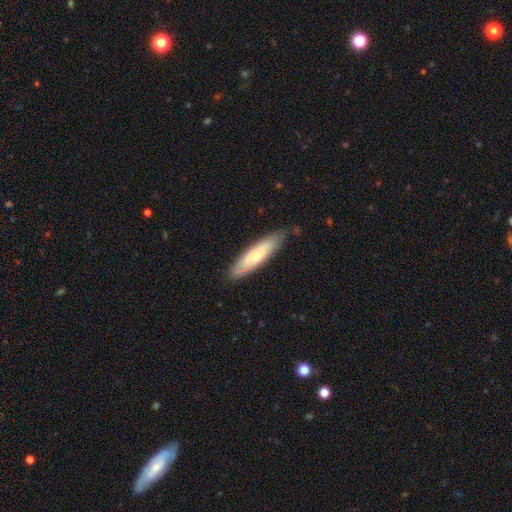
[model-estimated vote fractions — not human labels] Q: Smooth or featured?
A: smooth (59%); runner-up: featured or disk (36%)
Q: How rounded?
A: cigar-shaped (70%); runner-up: in between (29%)
Q: Merging?
A: none (84%); runner-up: minor disturbance (13%)